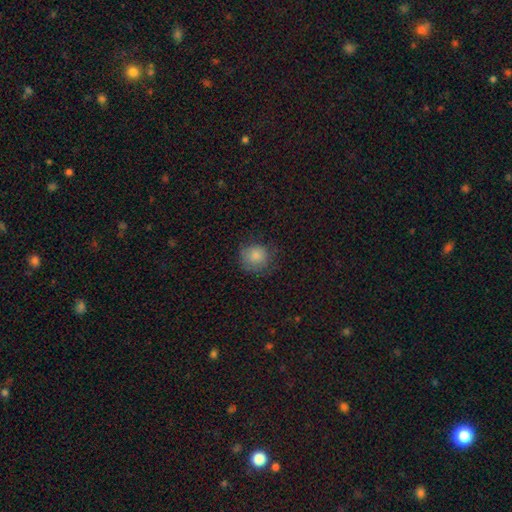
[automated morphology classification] Overall: smooth (83%). How rounded: round (86%). Merging: none (70%).